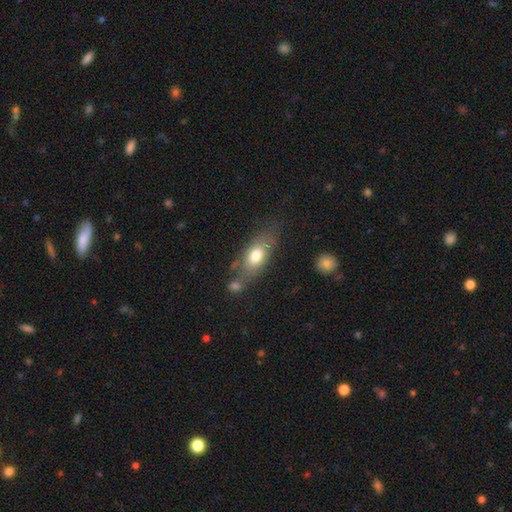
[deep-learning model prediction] A smooth galaxy with no disk features (72%) that is in between round and cigar-shaped (79%). Merging: none (58%).